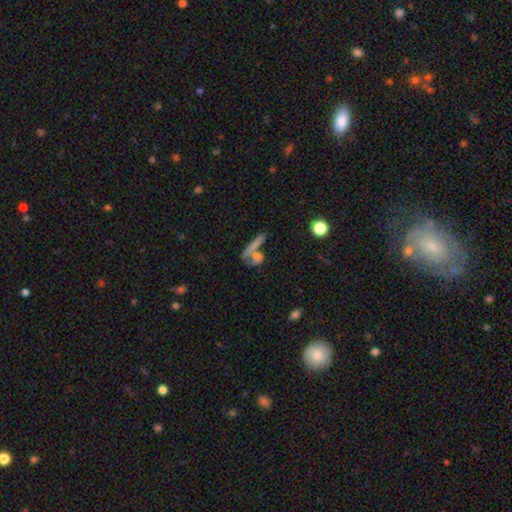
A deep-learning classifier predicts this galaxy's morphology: Smooth or featured?
  - smooth: 56% *
  - featured or disk: 30%
  - star or artifact: 15%
How rounded?
  - cigar-shaped: 40% *
  - in between: 36%
  - round: 24%
Merging?
  - merger: 44% *
  - none: 36%
  - minor disturbance: 10%
  - major disturbance: 10%